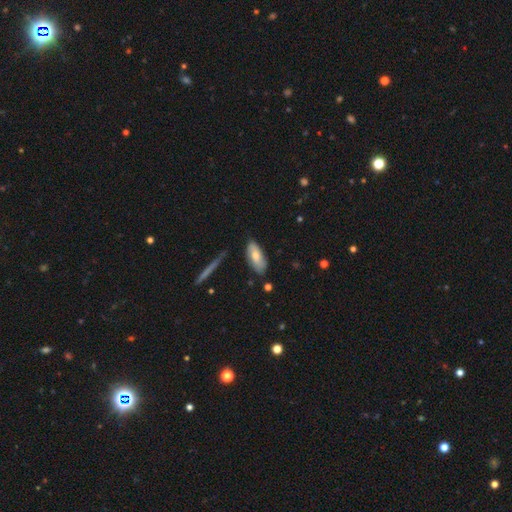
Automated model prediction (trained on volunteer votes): Smooth or featured: smooth — 67% (featured or disk — 27%)
How rounded: in between — 82% (cigar-shaped — 15%)
Merging: none — 72% (minor disturbance — 20%)